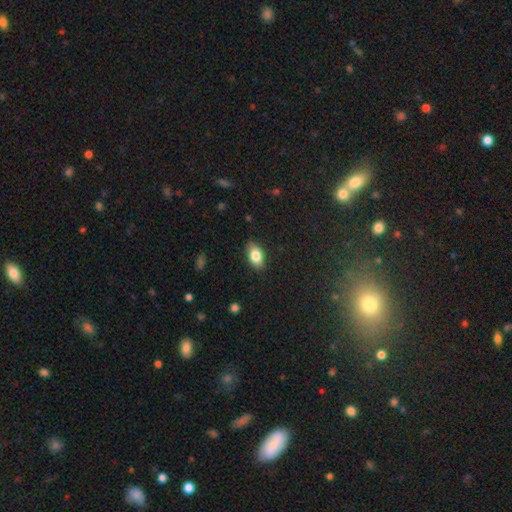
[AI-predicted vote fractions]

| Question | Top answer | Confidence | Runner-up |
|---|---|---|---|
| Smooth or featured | smooth | 82% | featured or disk (11%) |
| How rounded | in between | 91% | round (6%) |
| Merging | none | 85% | minor disturbance (12%) |